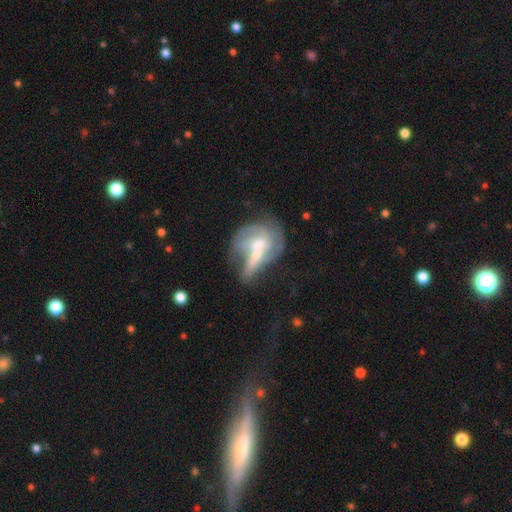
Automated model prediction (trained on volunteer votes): A featured or disk galaxy (54%).

Vote fractions:
- Smooth or featured? featured or disk: 54% / smooth: 38% / star or artifact: 8%
- Edge-on disk? no: 93% / yes: 7%
- Merging? merger: 39% / major disturbance: 24% / none: 22% / minor disturbance: 15%